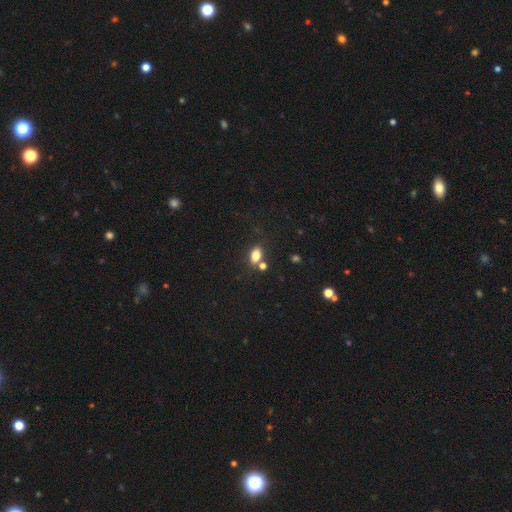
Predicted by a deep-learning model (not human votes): Smooth or featured: smooth — 79% (star or artifact — 12%)
How rounded: in between — 81% (round — 16%)
Merging: none — 66% (merger — 18%)